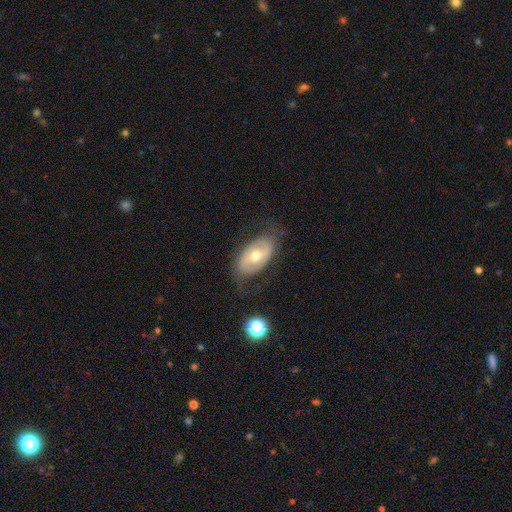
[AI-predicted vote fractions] featured or disk 54%, smooth 39%, star or artifact 7%. Down the decision tree: edge-on disk — no (91%); merging — none (69%).